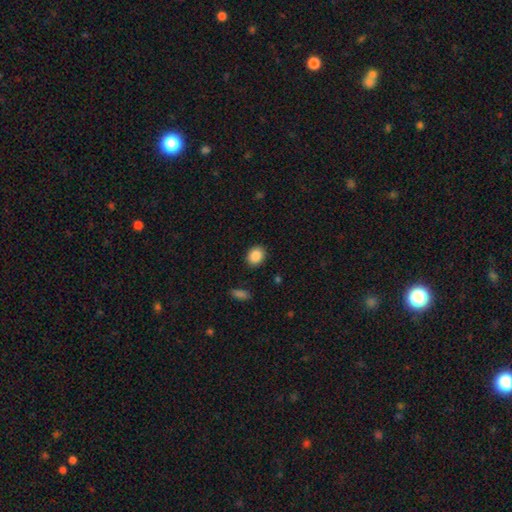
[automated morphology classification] Q: Smooth or featured?
A: smooth (89%); runner-up: star or artifact (8%)
Q: How rounded?
A: round (53%); runner-up: in between (46%)
Q: Merging?
A: none (88%); runner-up: minor disturbance (8%)